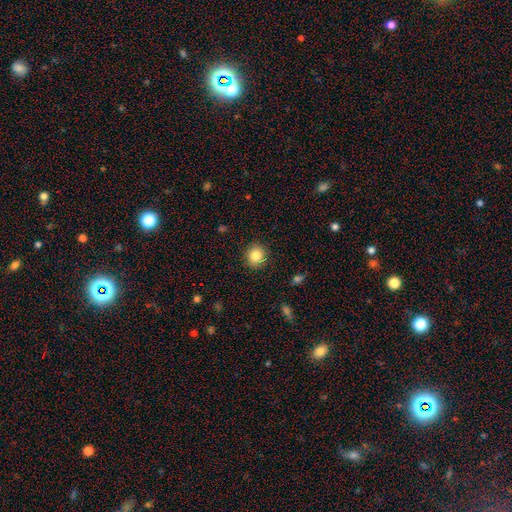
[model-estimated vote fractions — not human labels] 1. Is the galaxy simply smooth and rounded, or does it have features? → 84% smooth, 10% star or artifact, 6% featured or disk.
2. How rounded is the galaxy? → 90% round, 9% in between, 1% cigar-shaped.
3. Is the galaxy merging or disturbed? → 91% none, 7% minor disturbance, 2% major disturbance, 1% merger.